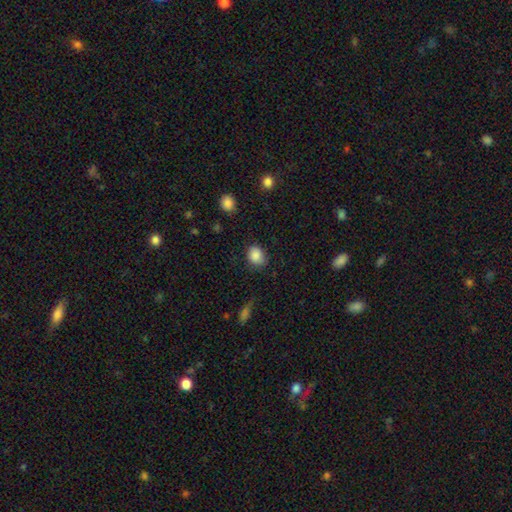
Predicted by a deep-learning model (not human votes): Smooth or featured? Predicted: smooth (p=0.87). How rounded? Predicted: in between (p=0.51). Merging? Predicted: none (p=0.76).